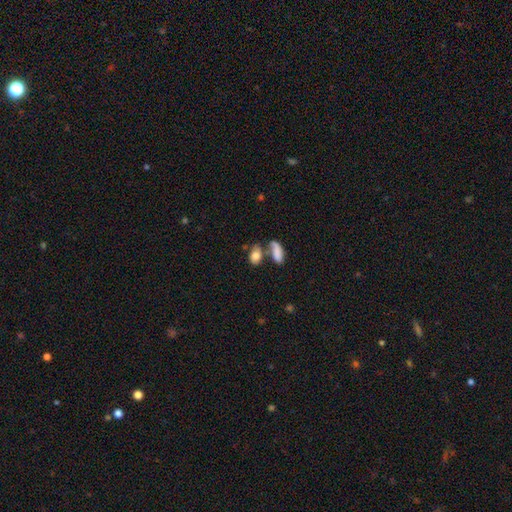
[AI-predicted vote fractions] Smooth or featured?
  - smooth: 80% *
  - featured or disk: 12%
  - star or artifact: 9%
How rounded?
  - in between: 83% *
  - round: 13%
  - cigar-shaped: 3%
Merging?
  - none: 41% *
  - merger: 37%
  - minor disturbance: 14%
  - major disturbance: 8%